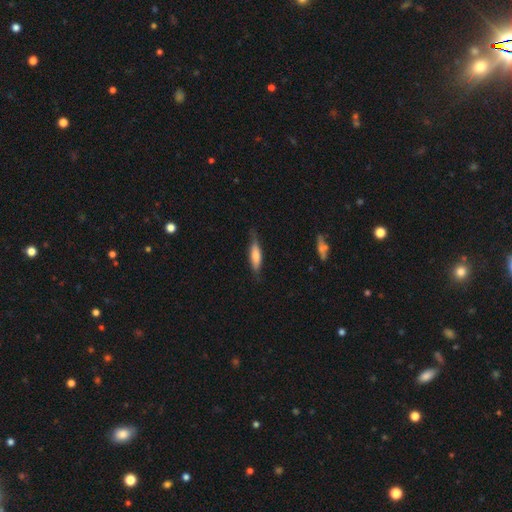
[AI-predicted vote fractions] A smooth galaxy with no disk features (67%) that is cigar-shaped (65%).

Vote fractions:
- Smooth or featured? smooth: 67% / featured or disk: 27% / star or artifact: 6%
- How rounded? cigar-shaped: 65% / in between: 33% / round: 2%
- Merging? none: 69% / minor disturbance: 24% / major disturbance: 5% / merger: 1%